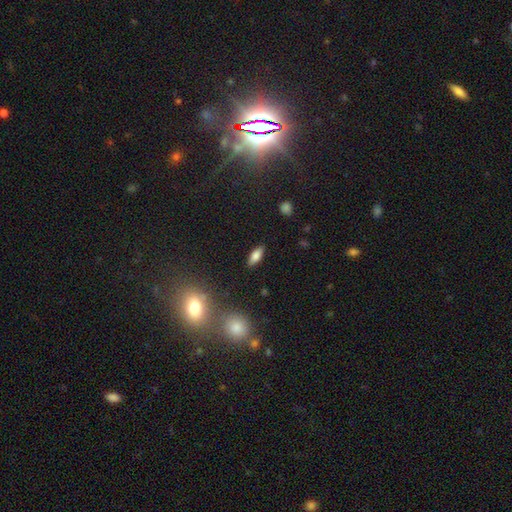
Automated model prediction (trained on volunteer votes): smooth-or-featured: smooth: 67% | featured or disk: 24% | star or artifact: 9%
  how-rounded: in between: 69% | cigar-shaped: 27% | round: 3%
  merging: none: 87% | minor disturbance: 9% | major disturbance: 2% | merger: 1%